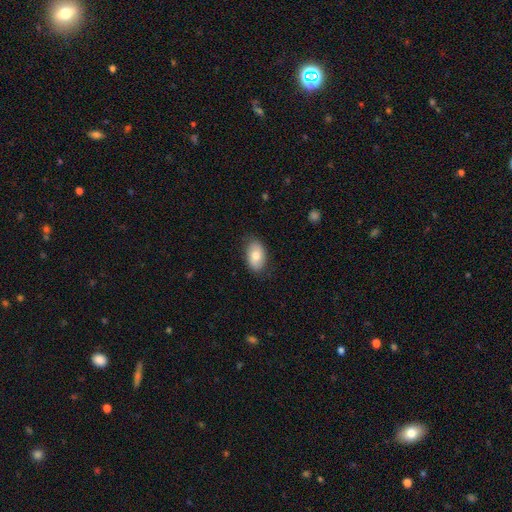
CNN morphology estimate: Smooth or featured? Predicted: smooth (p=0.78). How rounded? Predicted: in between (p=0.92). Merging? Predicted: none (p=0.82).